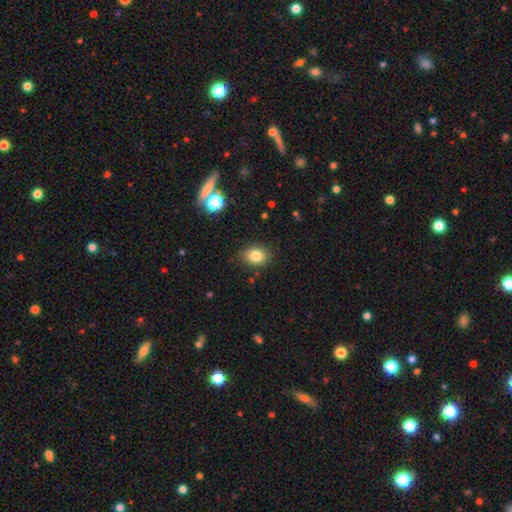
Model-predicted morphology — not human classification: Overall: smooth (82%). How rounded: in between (63%; round 36%). Merging: none (83%).